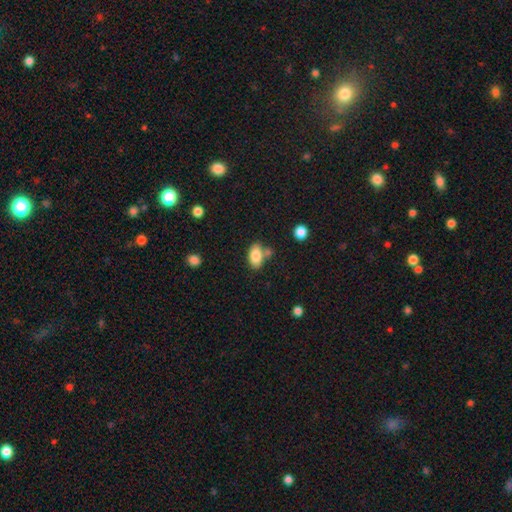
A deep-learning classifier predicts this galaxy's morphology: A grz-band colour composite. It shows a smooth galaxy with no disk features (84%) that is in between round and cigar-shaped (91%). Merging: none (64%).